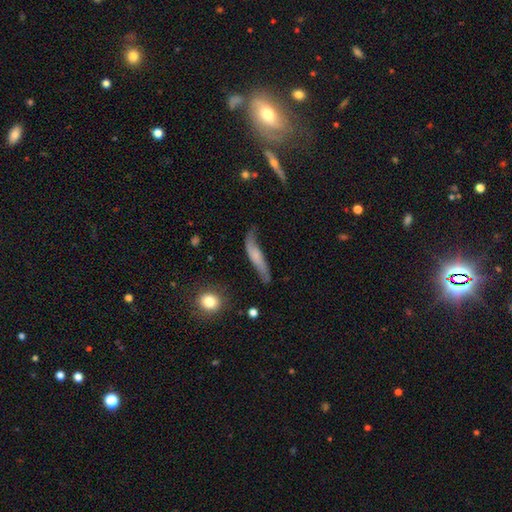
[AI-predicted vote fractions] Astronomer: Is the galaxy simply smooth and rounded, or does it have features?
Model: featured or disk — 53% (runner-up: smooth, 39%).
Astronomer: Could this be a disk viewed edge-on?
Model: no — 60% (runner-up: yes, 40%).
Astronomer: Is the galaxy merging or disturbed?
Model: none — 52% (runner-up: minor disturbance, 30%).